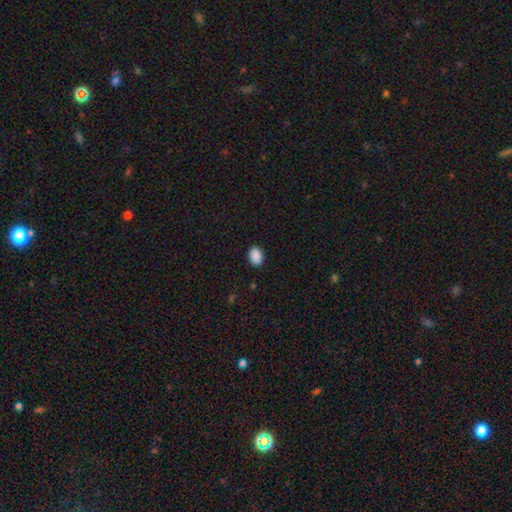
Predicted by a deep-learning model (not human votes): smooth_or_featured: smooth (p=0.90) [alt: star or artifact p=0.08]
how_rounded: in between (p=0.75) [alt: round p=0.24]
merging: none (p=0.90) [alt: minor disturbance p=0.07]